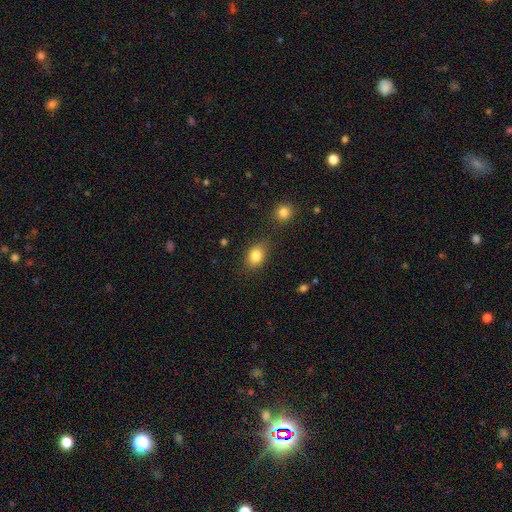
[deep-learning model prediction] This appears to be a smooth galaxy with no disk features (83%) that is in between round and cigar-shaped (68%). Merging: none (76%).